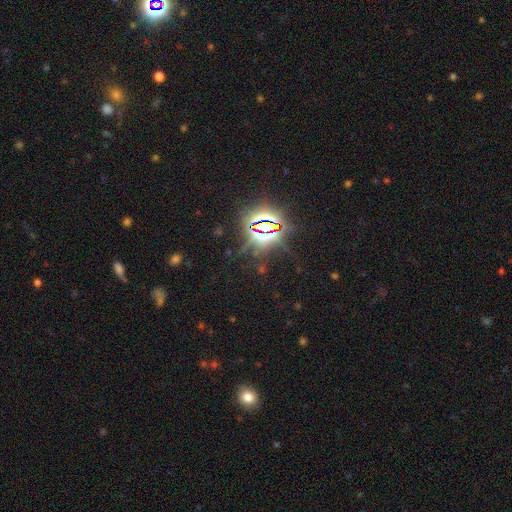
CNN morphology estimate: Smooth or featured? Predicted: star or artifact (p=0.84).